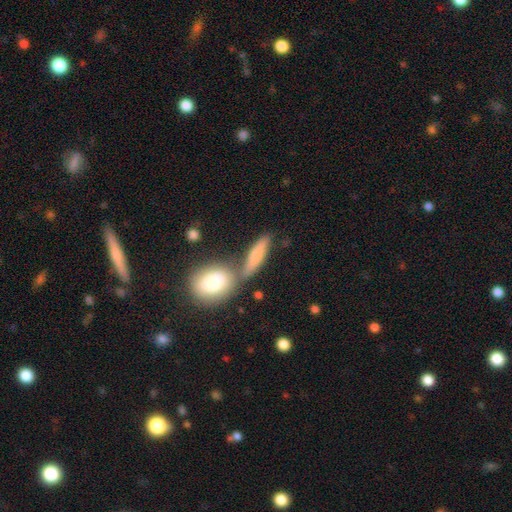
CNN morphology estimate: Smooth or featured: smooth — 74% (featured or disk — 19%)
How rounded: cigar-shaped — 54% (in between — 39%)
Merging: none — 51% (merger — 31%)